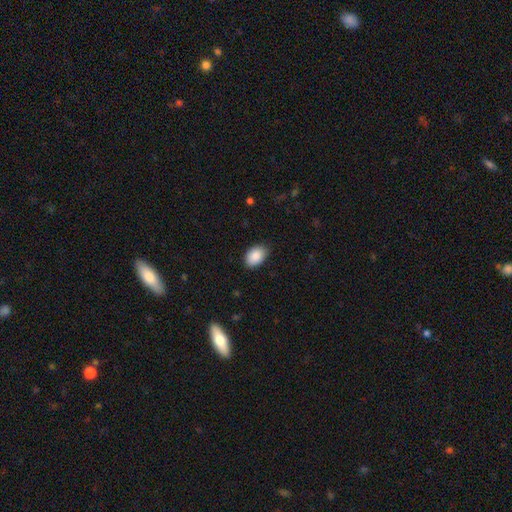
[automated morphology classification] The model was most divided on "merging": none: 84%, minor disturbance: 13%, major disturbance: 2%, merger: 1%. More confident: smooth or featured — smooth (88%); how rounded — in between (86%).